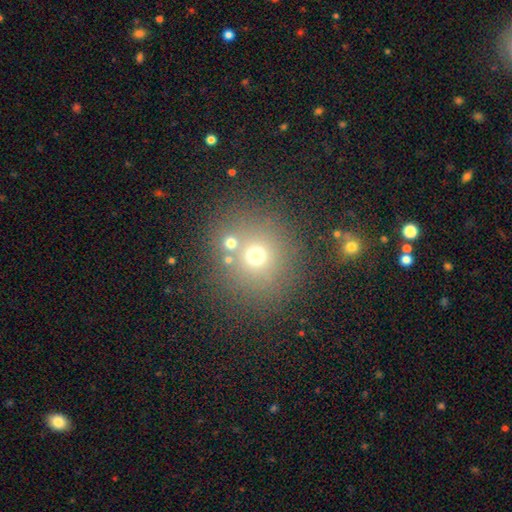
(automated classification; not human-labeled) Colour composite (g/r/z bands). It shows a smooth galaxy with no disk features (64%) that is round (89%). Merging: none (70%).